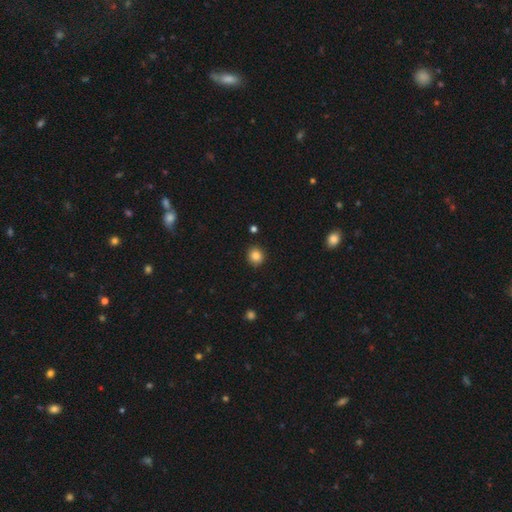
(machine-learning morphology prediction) A smooth galaxy with no disk features (85%) that is round (84%).

Vote fractions:
- Smooth or featured? smooth: 85% / star or artifact: 10% / featured or disk: 5%
- How rounded? round: 84% / in between: 15% / cigar-shaped: 1%
- Merging? none: 90% / minor disturbance: 7% / major disturbance: 2% / merger: 2%